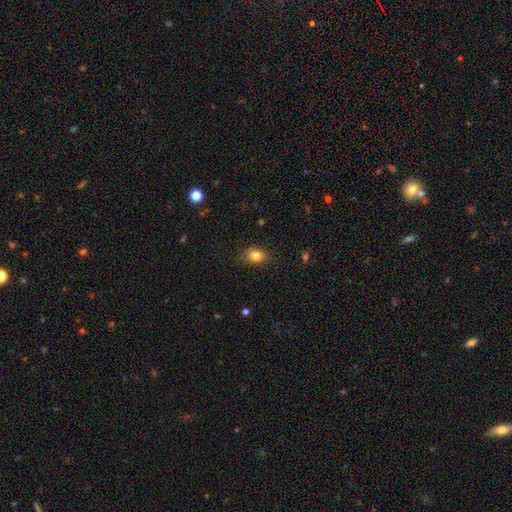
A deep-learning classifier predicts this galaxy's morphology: Q: Smooth or featured?
A: smooth (83%); runner-up: star or artifact (11%)
Q: How rounded?
A: in between (53%); runner-up: round (46%)
Q: Merging?
A: none (85%); runner-up: minor disturbance (12%)